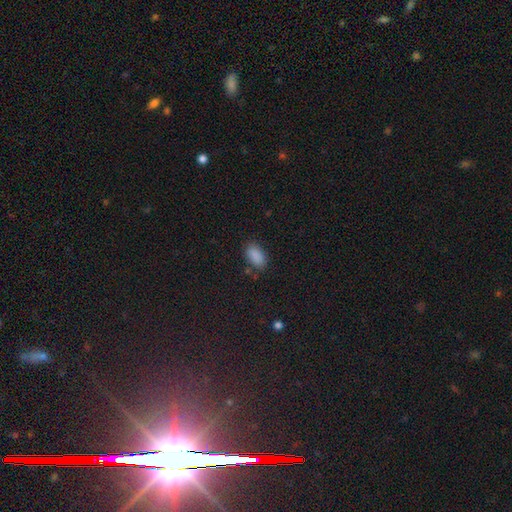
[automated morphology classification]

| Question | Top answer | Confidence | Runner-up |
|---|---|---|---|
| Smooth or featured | smooth | 88% | star or artifact (9%) |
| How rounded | in between | 92% | round (5%) |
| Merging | none | 81% | minor disturbance (14%) |